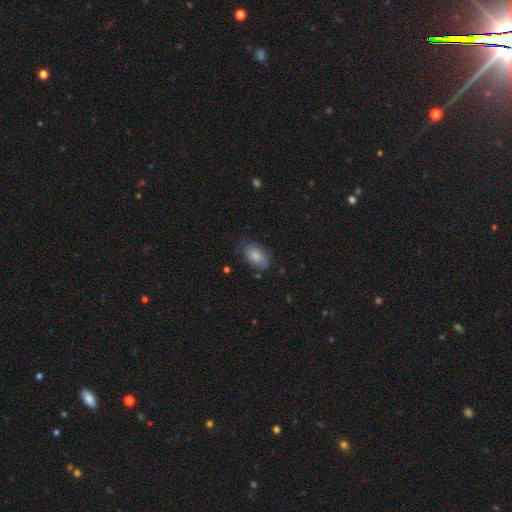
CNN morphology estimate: A smooth galaxy with no disk features (79%) that is in between round and cigar-shaped (91%).

Vote fractions:
- Smooth or featured? smooth: 79% / featured or disk: 13% / star or artifact: 7%
- How rounded? in between: 91% / round: 7% / cigar-shaped: 2%
- Merging? none: 70% / minor disturbance: 22% / major disturbance: 6% / merger: 2%